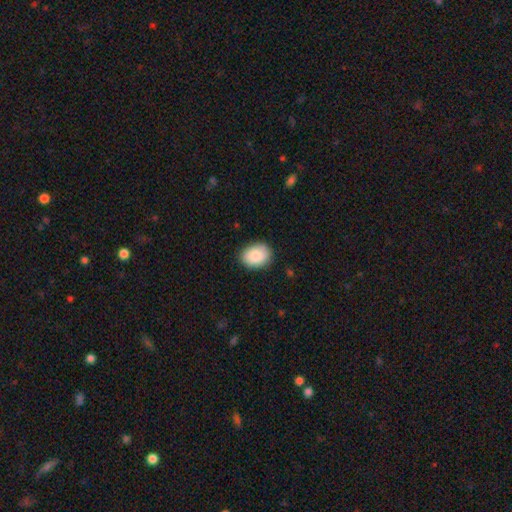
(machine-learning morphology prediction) type=smooth (87%); roundness=in between (69%); merging=none (86%).